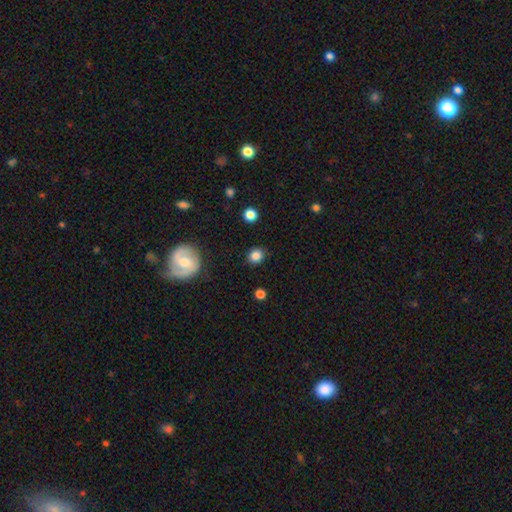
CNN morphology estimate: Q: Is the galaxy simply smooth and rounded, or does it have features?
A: smooth — 84%.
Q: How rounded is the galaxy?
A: round — 84%.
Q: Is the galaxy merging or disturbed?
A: none — 87%.